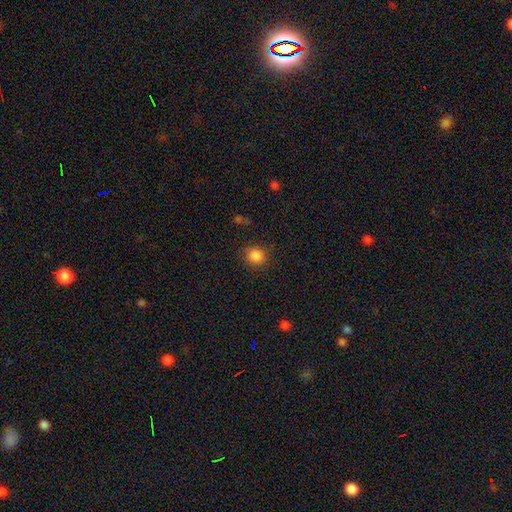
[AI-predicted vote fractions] This is clearly a smooth galaxy (85%). How rounded: clearly round (83%). Merging: clearly none (85%).